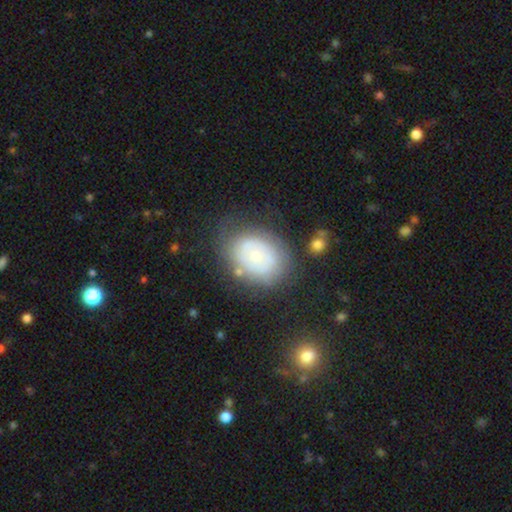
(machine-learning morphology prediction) Smooth or featured? Predicted: featured or disk (p=0.48). Merging? Predicted: none (p=0.65).